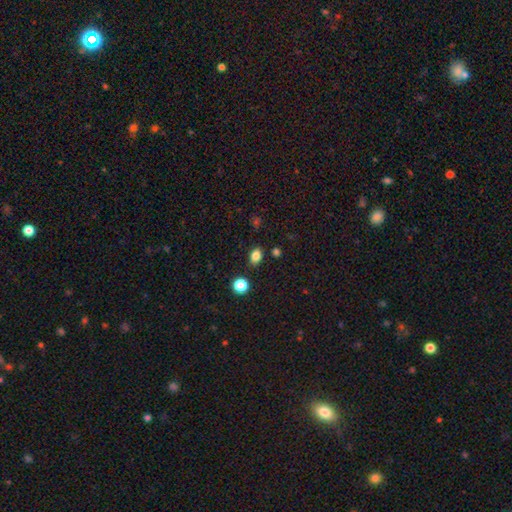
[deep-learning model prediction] Q: Smooth or featured?
A: smooth (83%); runner-up: star or artifact (12%)
Q: How rounded?
A: in between (72%); runner-up: round (26%)
Q: Merging?
A: none (84%); runner-up: minor disturbance (10%)